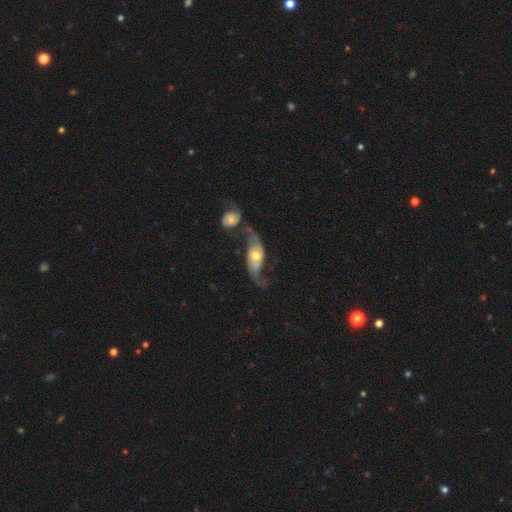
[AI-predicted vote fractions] Morphology: type=featured or disk (78%); edge-on=no (92%); bar=no (68%); spiral arms=yes (88%); winding=loose (75%); arm count=2 (90%); bulge=moderate (71%); merging=none (44%).